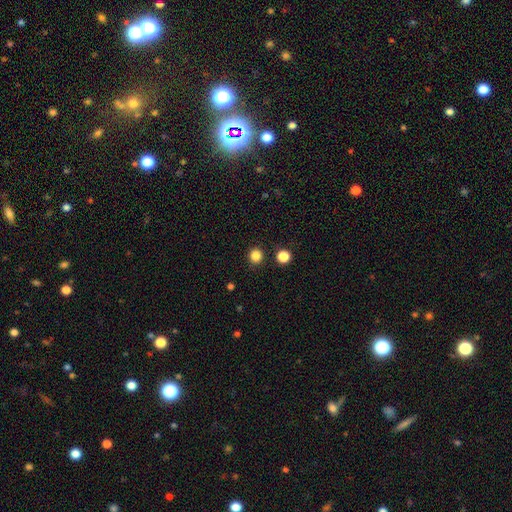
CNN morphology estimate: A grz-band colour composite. It shows a smooth galaxy with no disk features (84%) that is round (94%). Merging: none (91%).